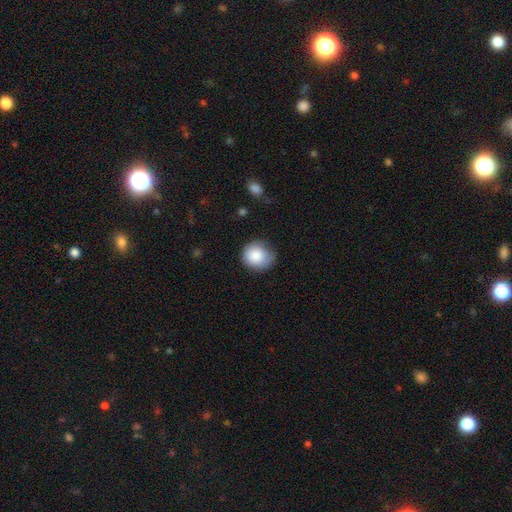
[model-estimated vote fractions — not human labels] This is clearly a smooth galaxy (86%). How rounded: clearly round (85%). Merging: likely none (73%).